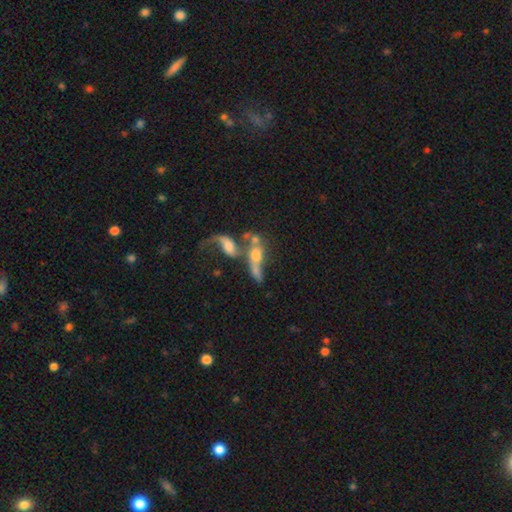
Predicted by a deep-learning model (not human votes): featured or disk 48%, smooth 40%, star or artifact 12%. Down the decision tree: merging — merger (63%).